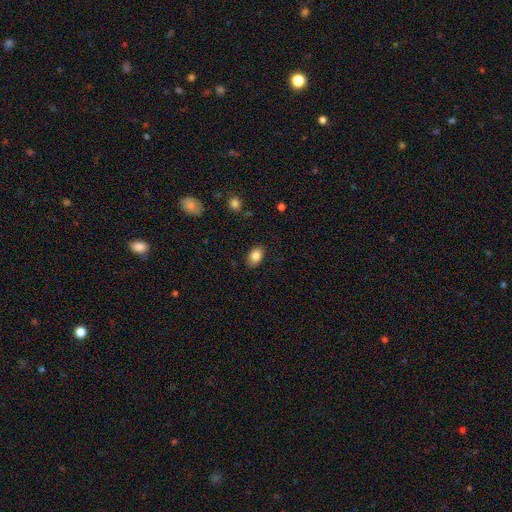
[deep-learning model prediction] smooth 85%, star or artifact 8%, featured or disk 7%. Down the decision tree: how rounded — in between (85%); merging — none (86%).